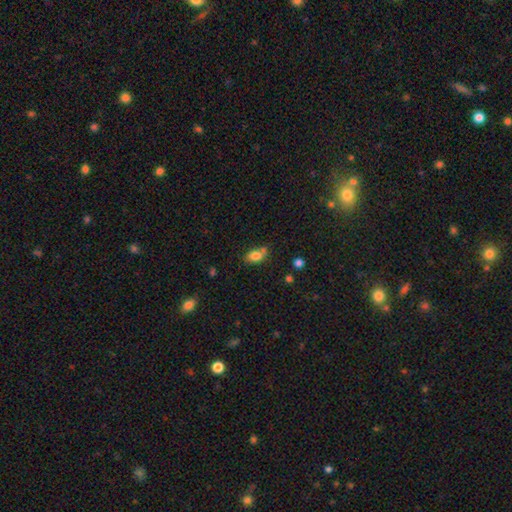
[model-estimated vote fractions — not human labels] Q: Smooth or featured?
A: smooth (80%); runner-up: featured or disk (10%)
Q: How rounded?
A: in between (83%); runner-up: round (13%)
Q: Merging?
A: none (54%); runner-up: merger (21%)